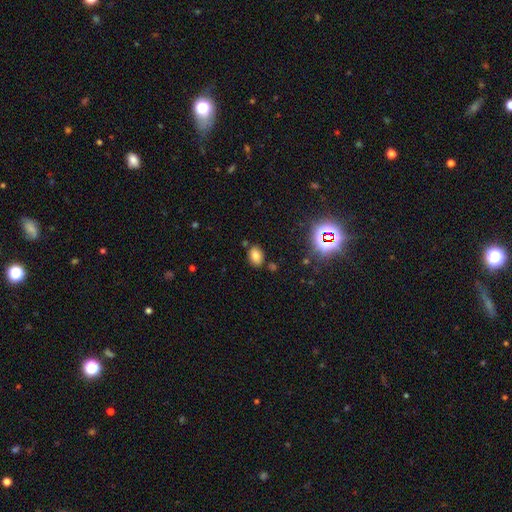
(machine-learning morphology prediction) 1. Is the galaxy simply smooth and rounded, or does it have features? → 75% smooth, 16% star or artifact, 9% featured or disk.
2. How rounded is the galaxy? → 77% in between, 22% round, 1% cigar-shaped.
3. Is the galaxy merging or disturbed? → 80% none, 11% minor disturbance, 6% merger, 3% major disturbance.